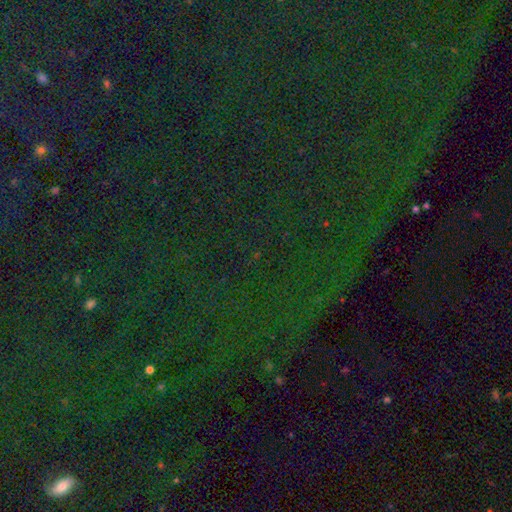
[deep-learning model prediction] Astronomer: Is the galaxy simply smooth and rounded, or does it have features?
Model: star or artifact — 82%.